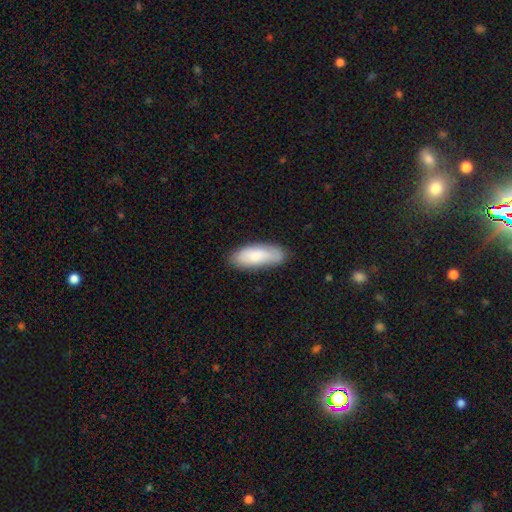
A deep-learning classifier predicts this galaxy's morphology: Smooth or featured? smooth (80%)
How rounded? in between (75%)
Merging? none (77%)